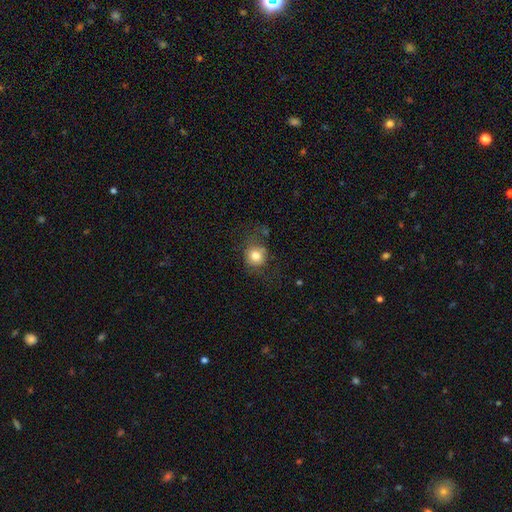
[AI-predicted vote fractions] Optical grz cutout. It shows a smooth galaxy with no disk features (78%) that is round (81%). Merging: none (65%).